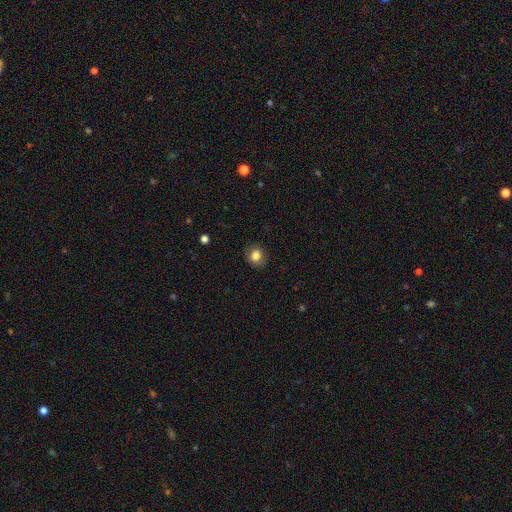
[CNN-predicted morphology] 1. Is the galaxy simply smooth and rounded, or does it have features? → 82% smooth, 10% star or artifact, 8% featured or disk.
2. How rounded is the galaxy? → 71% round, 28% in between, 1% cigar-shaped.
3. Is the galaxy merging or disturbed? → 86% none, 10% minor disturbance, 3% major disturbance, 1% merger.